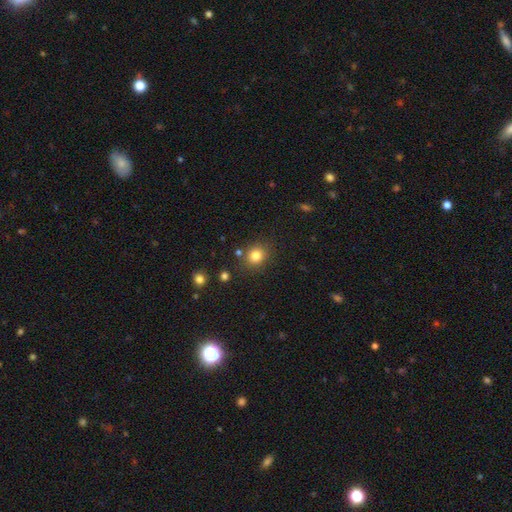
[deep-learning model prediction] smooth-or-featured: smooth: 82% | star or artifact: 12% | featured or disk: 6%
  how-rounded: round: 76% | in between: 24% | cigar-shaped: 1%
  merging: none: 82% | minor disturbance: 10% | merger: 5% | major disturbance: 3%